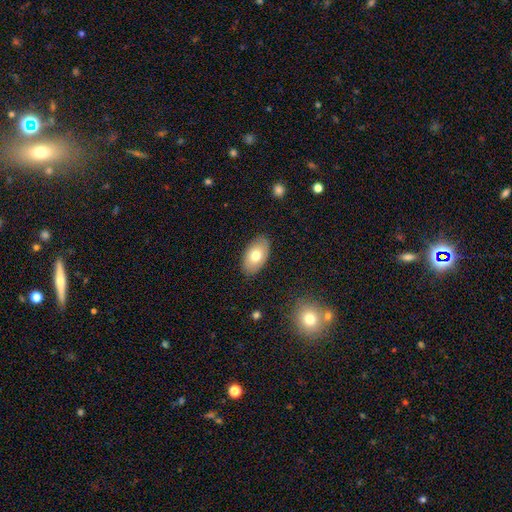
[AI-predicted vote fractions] Smooth or featured? Predicted: smooth (p=0.72). How rounded? Predicted: in between (p=0.93). Merging? Predicted: none (p=0.86).